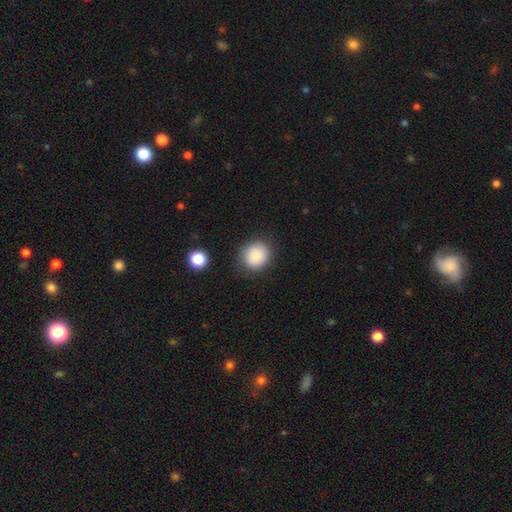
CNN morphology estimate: smooth 84%, star or artifact 8%, featured or disk 8%. Down the decision tree: how rounded — round (80%); merging — none (80%).